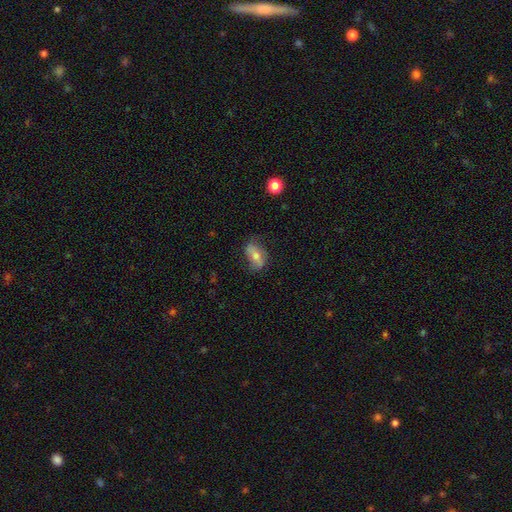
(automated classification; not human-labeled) A smooth galaxy with no disk features (49%). Merging: none (65%).